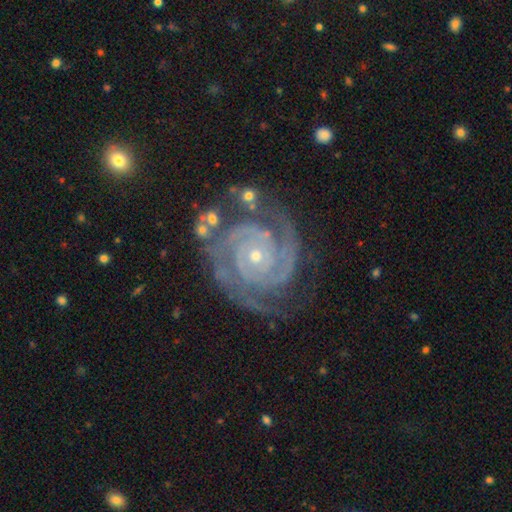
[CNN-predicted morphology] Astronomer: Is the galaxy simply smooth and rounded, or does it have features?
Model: featured or disk — 93%.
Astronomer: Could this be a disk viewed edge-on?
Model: no — 98%.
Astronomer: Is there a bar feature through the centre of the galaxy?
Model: no — 75%.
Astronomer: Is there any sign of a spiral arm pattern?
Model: yes — 99%.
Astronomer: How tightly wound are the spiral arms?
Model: tight — 82%.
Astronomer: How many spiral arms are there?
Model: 2 — 66%.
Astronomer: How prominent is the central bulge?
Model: small — 75%.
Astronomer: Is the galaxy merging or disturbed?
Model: none — 73%.